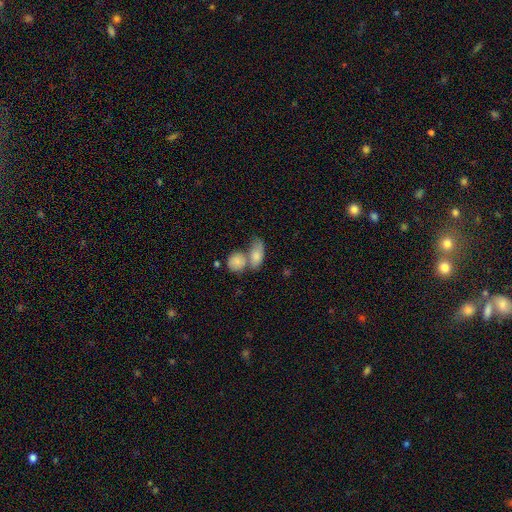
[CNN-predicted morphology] The model was most divided on "merging": merger: 50%, none: 32%, minor disturbance: 12%, major disturbance: 7%. More confident: smooth or featured — smooth (71%); how rounded — in between (70%).